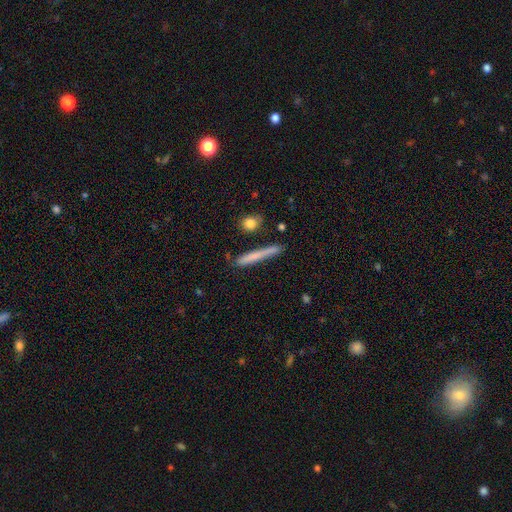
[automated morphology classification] Overall: smooth (67%). How rounded: cigar-shaped (95%). Merging: none (79%).